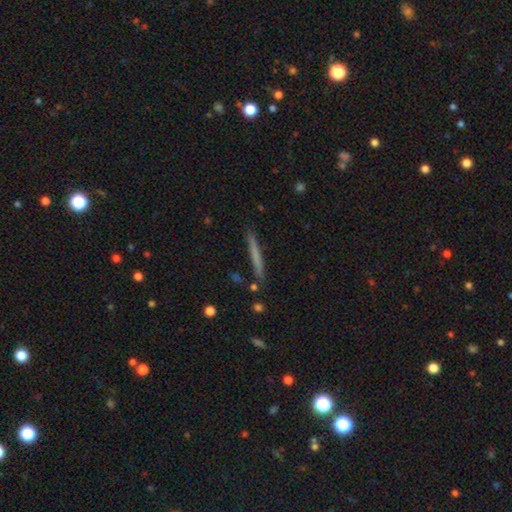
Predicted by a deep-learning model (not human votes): A smooth galaxy with no disk features (65%) that is cigar-shaped (97%). Merging: none (89%).